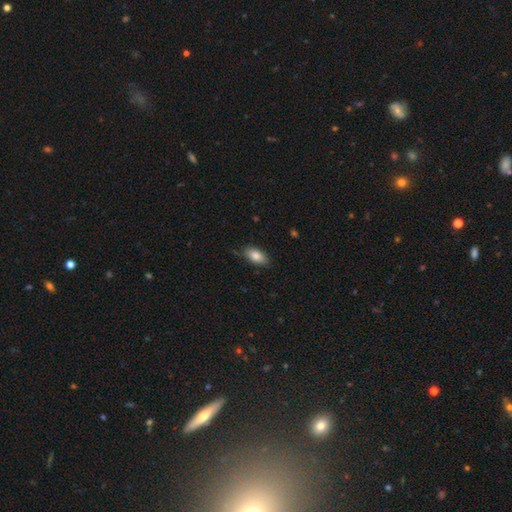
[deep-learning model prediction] smooth 84%, featured or disk 9%, star or artifact 7%. Down the decision tree: how rounded — in between (91%); merging — none (80%).